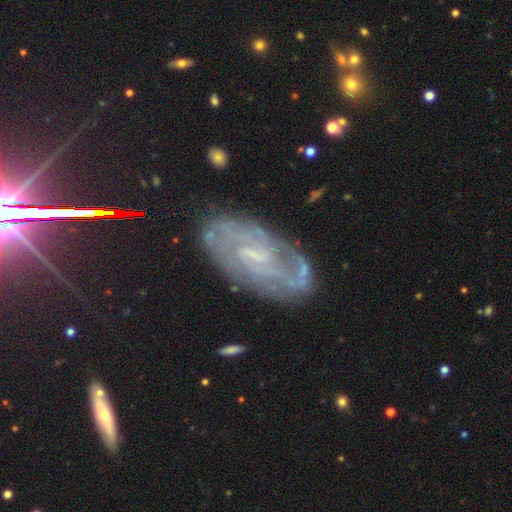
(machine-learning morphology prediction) Smooth or featured? featured or disk (76%)
Edge-on disk? no (93%)
Bar? weak (46%)
Spiral arms? yes (89%)
Spiral winding? tight (55%)
Spiral arm count? can't tell (42%)
Bulge size? small (56%)
Merging? none (75%)